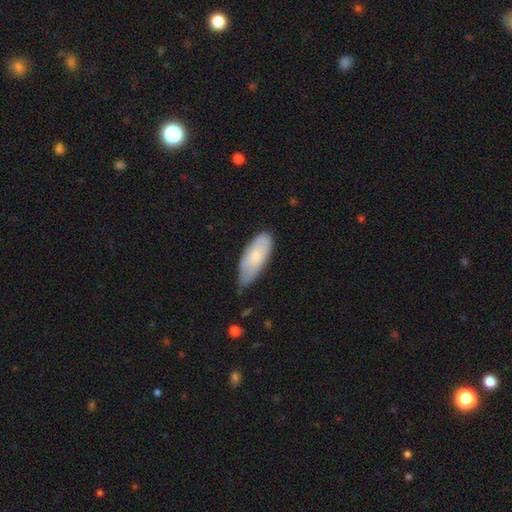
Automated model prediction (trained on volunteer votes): Smooth or featured: smooth — 70% (featured or disk — 24%)
How rounded: in between — 80% (cigar-shaped — 19%)
Merging: none — 56% (minor disturbance — 36%)